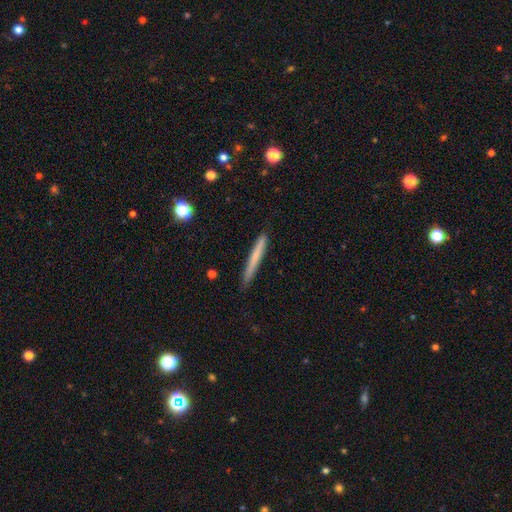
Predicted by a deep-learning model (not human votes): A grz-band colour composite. It shows a smooth galaxy with no disk features (66%) that is cigar-shaped (97%). Merging: none (89%).